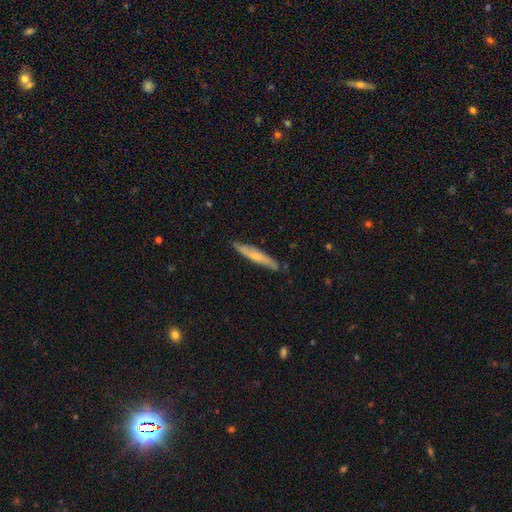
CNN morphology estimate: Q: Smooth or featured?
A: smooth (50%); runner-up: featured or disk (45%)
Q: Merging?
A: none (82%); runner-up: minor disturbance (14%)